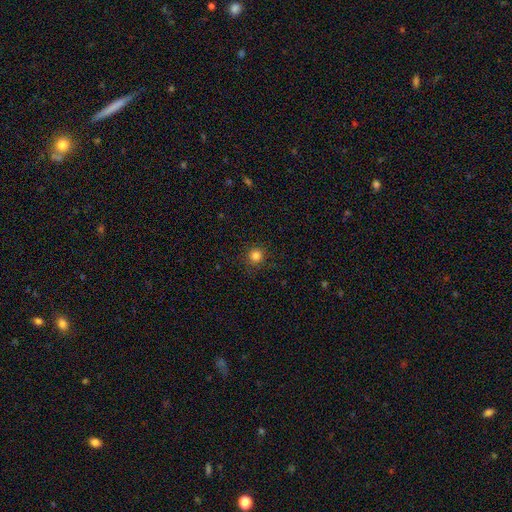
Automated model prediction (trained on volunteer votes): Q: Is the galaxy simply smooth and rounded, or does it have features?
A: smooth — 83%.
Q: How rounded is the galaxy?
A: round — 93%.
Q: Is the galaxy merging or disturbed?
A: none — 89%.